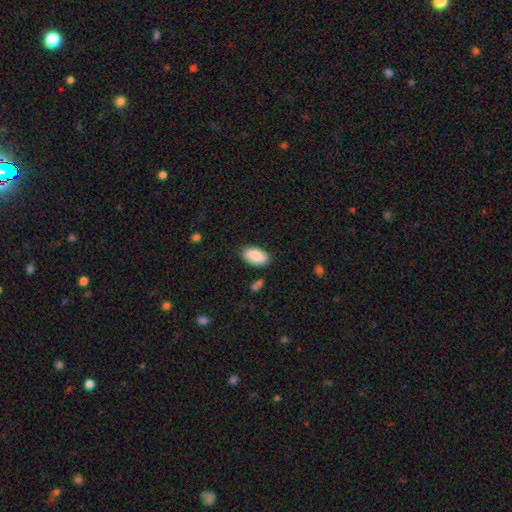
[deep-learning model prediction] Smooth or featured? smooth (86%)
How rounded? in between (95%)
Merging? none (82%)